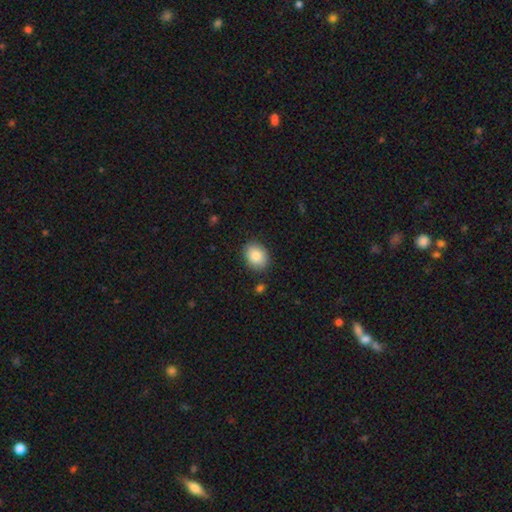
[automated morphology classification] This appears to be a smooth galaxy with no disk features (87%) that is in between round and cigar-shaped (61%). Merging: none (86%).